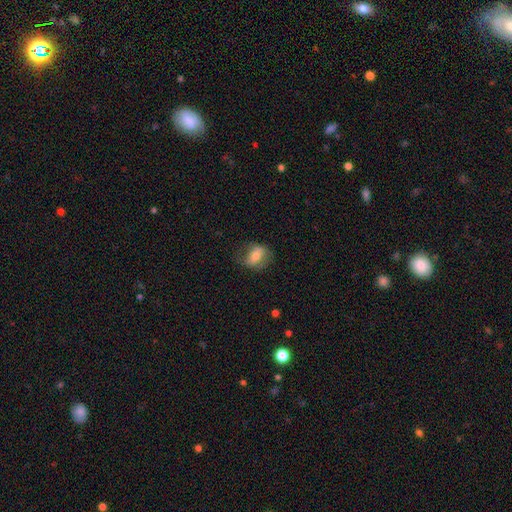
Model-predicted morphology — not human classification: A smooth galaxy with no disk features (59%) that is in between round and cigar-shaped (70%). Merging: none (68%).